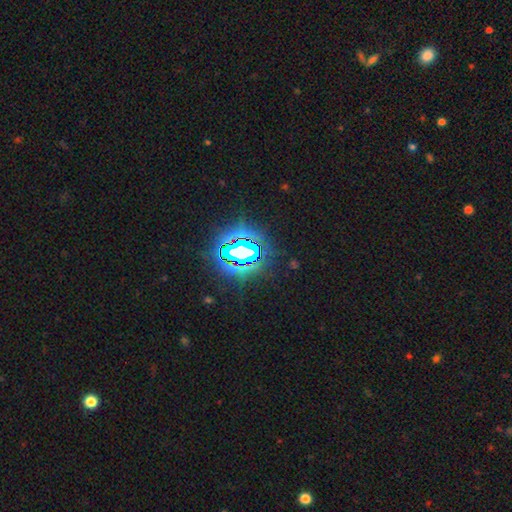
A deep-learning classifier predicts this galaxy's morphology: smooth-or-featured: star or artifact: 82% | smooth: 11% | featured or disk: 7%